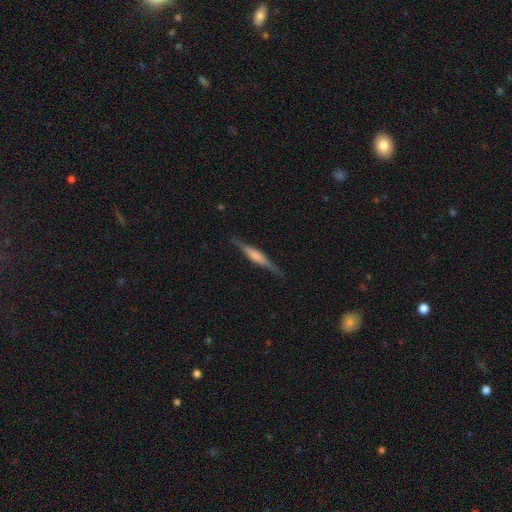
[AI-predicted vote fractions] Q: Smooth or featured?
A: featured or disk (63%); runner-up: smooth (32%)
Q: Edge-on disk?
A: yes (97%); runner-up: no (3%)
Q: Edge-on bulge?
A: boxy (44%); runner-up: rounded (37%)
Q: Merging?
A: none (86%); runner-up: minor disturbance (10%)